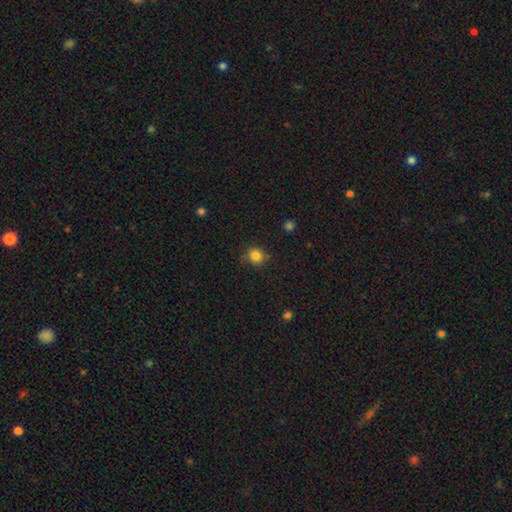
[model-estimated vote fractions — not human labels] Q: Smooth or featured?
A: smooth (83%); runner-up: star or artifact (12%)
Q: How rounded?
A: round (85%); runner-up: in between (15%)
Q: Merging?
A: none (78%); runner-up: minor disturbance (17%)